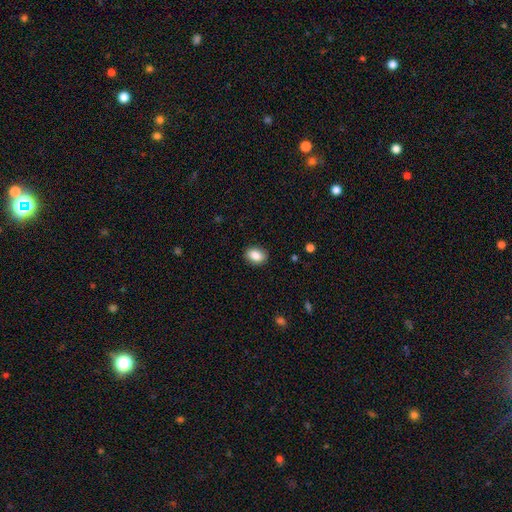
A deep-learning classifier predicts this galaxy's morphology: Smooth or featured: smooth — 87% (star or artifact — 8%)
How rounded: in between — 73% (round — 26%)
Merging: none — 88% (minor disturbance — 9%)